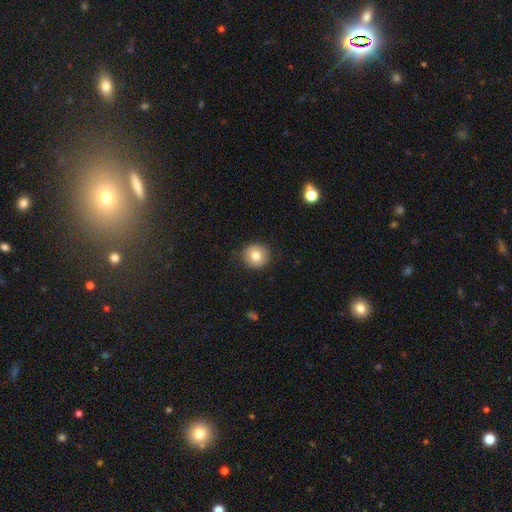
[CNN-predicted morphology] A smooth galaxy with no disk features (78%) that is round (93%). Merging: none (90%).